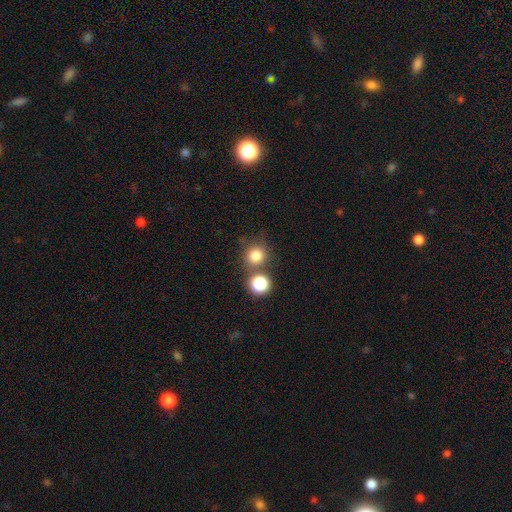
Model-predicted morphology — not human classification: A smooth galaxy with no disk features (80%) that is round (91%).

Vote fractions:
- Smooth or featured? smooth: 80% / star or artifact: 14% / featured or disk: 6%
- How rounded? round: 91% / in between: 8% / cigar-shaped: 1%
- Merging? none: 69% / merger: 19% / minor disturbance: 9% / major disturbance: 4%